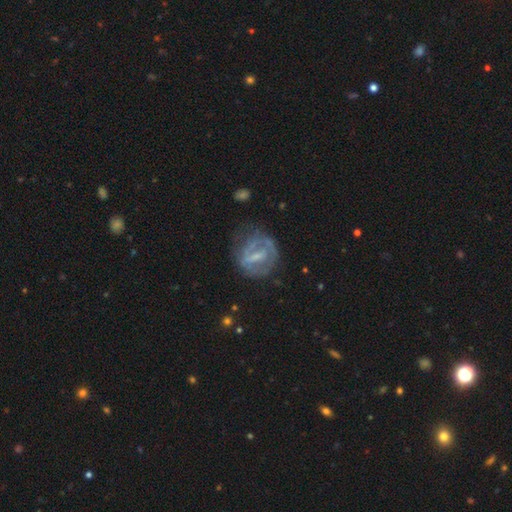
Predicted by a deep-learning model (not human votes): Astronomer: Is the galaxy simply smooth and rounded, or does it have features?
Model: featured or disk — 70%.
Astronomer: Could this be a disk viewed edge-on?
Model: no — 95%.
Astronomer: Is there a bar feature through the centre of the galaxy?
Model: strong — 42% (runner-up: weak, 40%).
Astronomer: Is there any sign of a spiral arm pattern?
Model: yes — 57% (runner-up: no, 43%).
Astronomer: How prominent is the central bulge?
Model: small — 42% (runner-up: none, 27%).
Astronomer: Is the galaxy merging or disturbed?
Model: none — 57%.